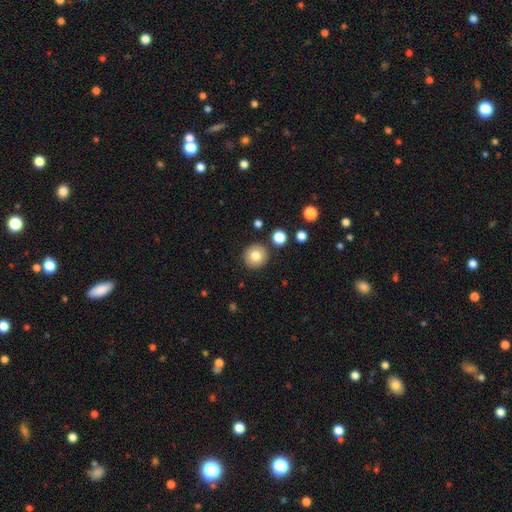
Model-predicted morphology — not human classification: Smooth or featured? Predicted: smooth (p=0.80). How rounded? Predicted: round (p=0.93). Merging? Predicted: none (p=0.89).